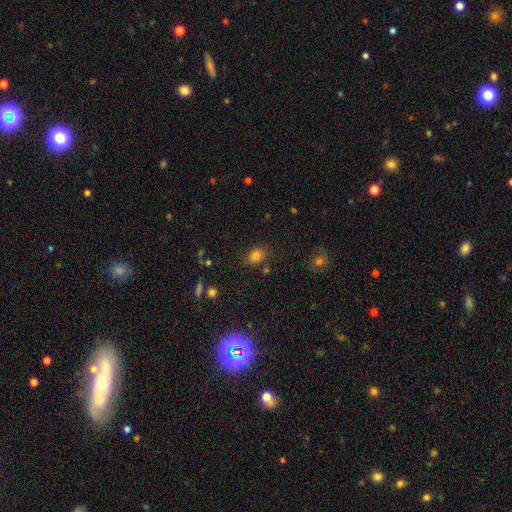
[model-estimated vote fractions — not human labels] A smooth galaxy with no disk features (78%) that is in between round and cigar-shaped (59%). Merging: none (79%).